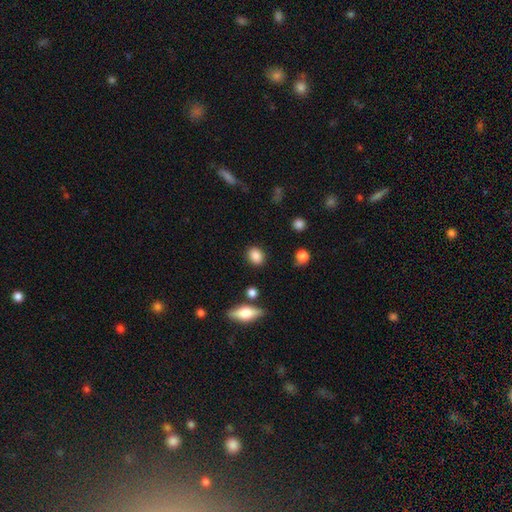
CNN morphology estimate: Smooth or featured? smooth (85%)
How rounded? in between (52%)
Merging? none (86%)